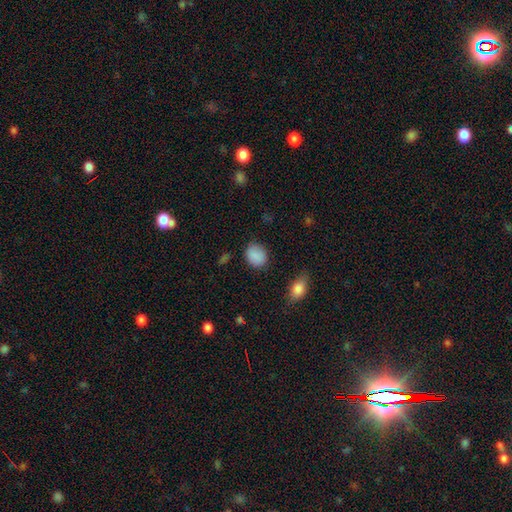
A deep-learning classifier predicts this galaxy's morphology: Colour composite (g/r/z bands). It shows a smooth galaxy with no disk features (88%) that is round (52%). Merging: none (81%).